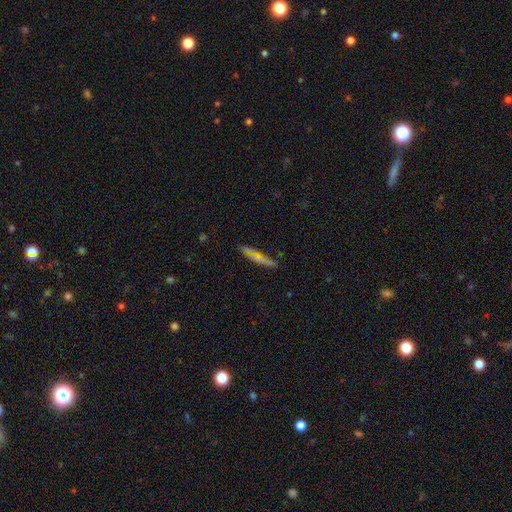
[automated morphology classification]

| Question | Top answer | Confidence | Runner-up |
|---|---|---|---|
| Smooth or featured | smooth | 55% | featured or disk (35%) |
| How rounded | cigar-shaped | 91% | in between (6%) |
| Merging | none | 82% | minor disturbance (12%) |